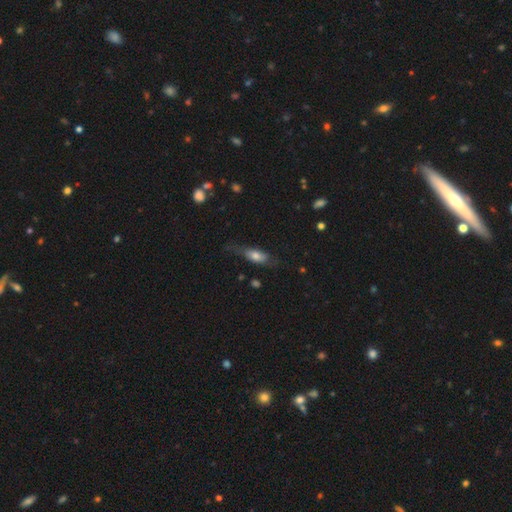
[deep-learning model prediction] Overall: smooth (64%; featured or disk 28%). How rounded: in between (68%; cigar-shaped 28%). Merging: none (53%; minor disturbance 29%).